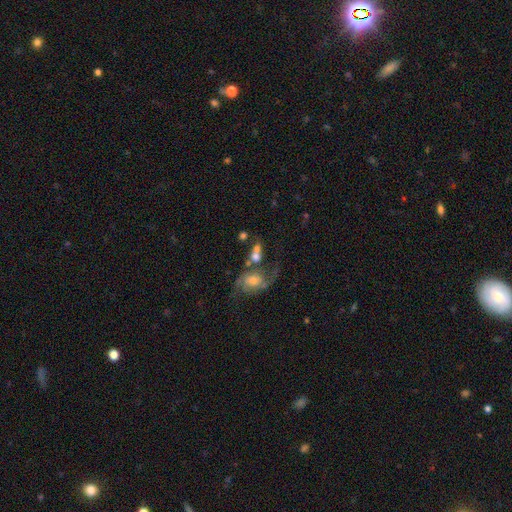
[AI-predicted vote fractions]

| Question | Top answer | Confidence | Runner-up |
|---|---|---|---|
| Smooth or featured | featured or disk | 64% | smooth (25%) |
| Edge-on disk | no | 96% | yes (4%) |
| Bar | no | 67% | weak (26%) |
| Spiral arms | yes | 84% | no (16%) |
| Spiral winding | loose | 56% | medium (33%) |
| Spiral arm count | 2 | 81% | 1 (8%) |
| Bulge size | moderate | 44% | small (38%) |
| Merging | merger | 35% | none (34%) |